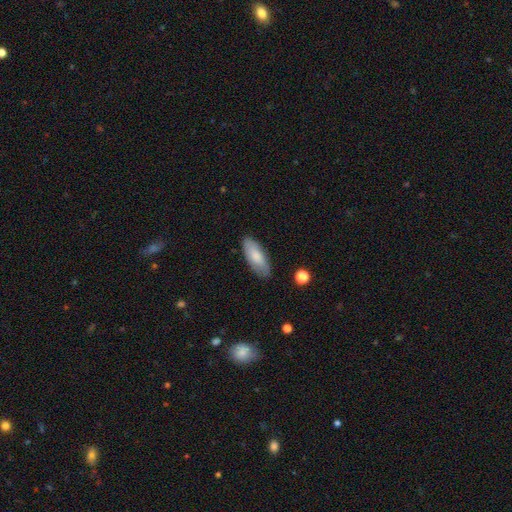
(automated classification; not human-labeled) smooth-or-featured: smooth: 79% | featured or disk: 15% | star or artifact: 6%
  how-rounded: in between: 81% | cigar-shaped: 18% | round: 2%
  merging: none: 82% | minor disturbance: 14% | major disturbance: 3% | merger: 1%